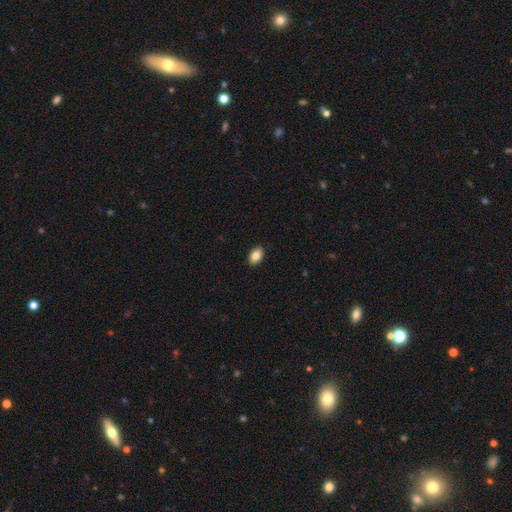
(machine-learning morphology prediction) smooth_or_featured: smooth (p=0.87) [alt: star or artifact p=0.08]
how_rounded: in between (p=0.90) [alt: round p=0.09]
merging: none (p=0.90) [alt: minor disturbance p=0.07]